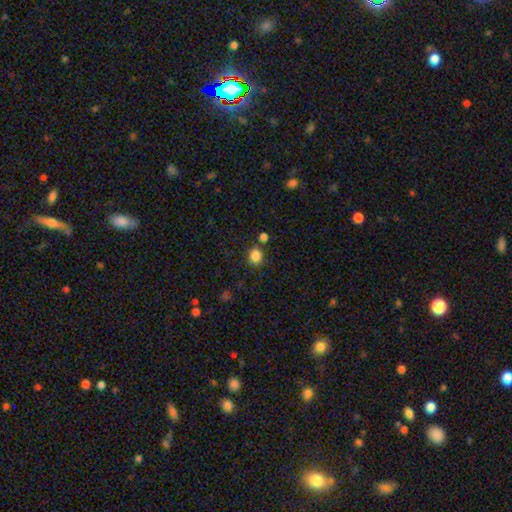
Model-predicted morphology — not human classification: Overall: smooth (85%). How rounded: round (82%). Merging: none (82%).